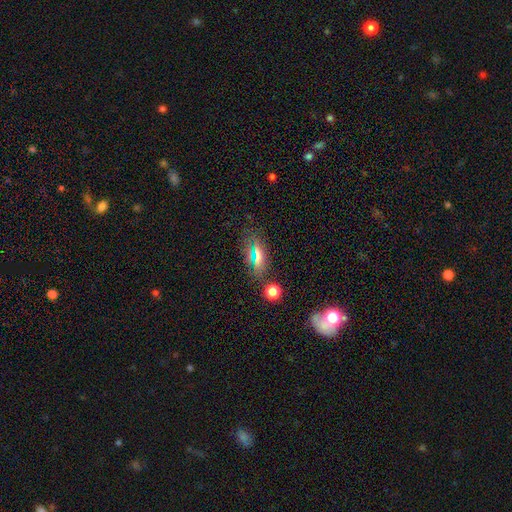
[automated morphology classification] This is possibly a smooth galaxy (59%). How rounded: likely in between (70%). Merging: clearly none (80%).